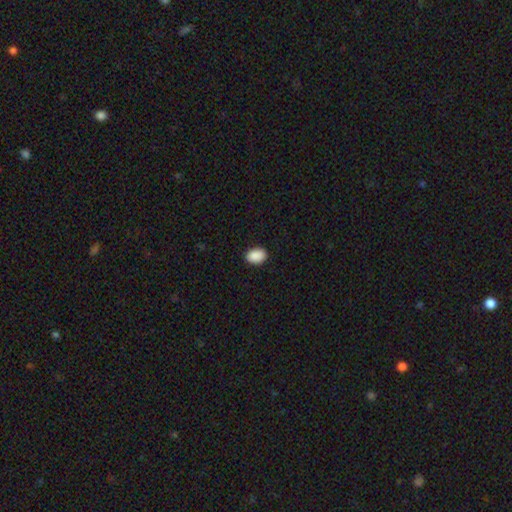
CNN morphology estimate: This is clearly a smooth galaxy (91%). How rounded: clearly in between (83%). Merging: clearly none (90%).